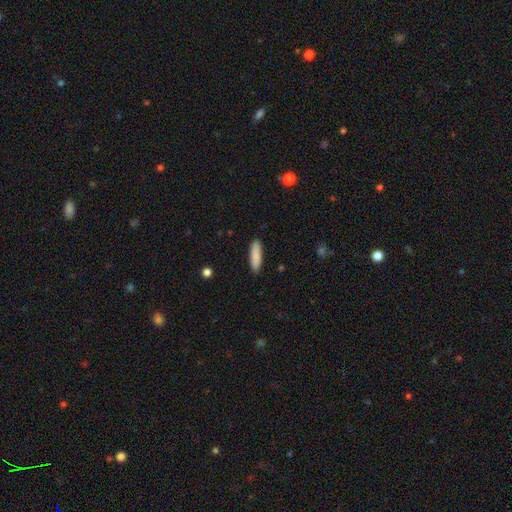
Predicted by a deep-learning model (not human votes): smooth-or-featured: smooth: 88% | featured or disk: 6% | star or artifact: 6%
  how-rounded: cigar-shaped: 64% | in between: 34% | round: 1%
  merging: none: 89% | minor disturbance: 8% | major disturbance: 2% | merger: 1%